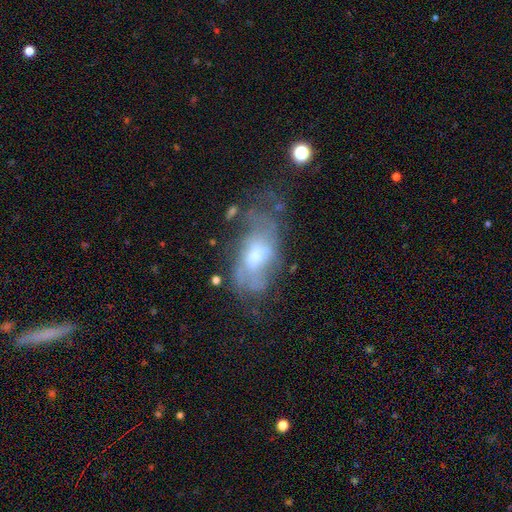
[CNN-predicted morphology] featured or disk 64%, smooth 27%, star or artifact 9%. Down the decision tree: edge-on disk — no (92%); bar — no (44%, tied with weak); spiral arms — yes (56%); bulge size — moderate (56%); merging — none (37%).